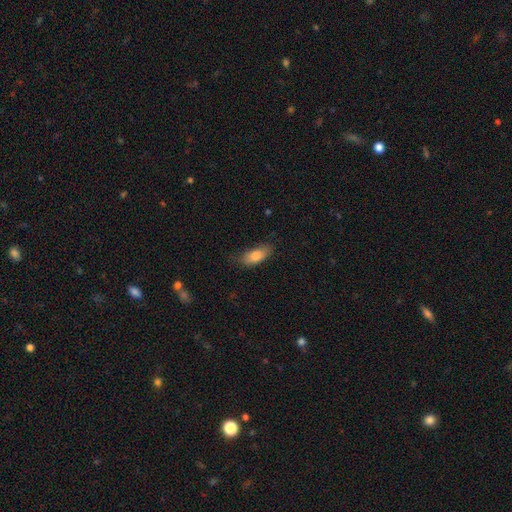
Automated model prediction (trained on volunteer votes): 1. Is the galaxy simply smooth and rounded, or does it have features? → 82% smooth, 11% featured or disk, 7% star or artifact.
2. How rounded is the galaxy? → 84% in between, 13% cigar-shaped, 3% round.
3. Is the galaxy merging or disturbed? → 66% none, 26% minor disturbance, 7% major disturbance, 1% merger.